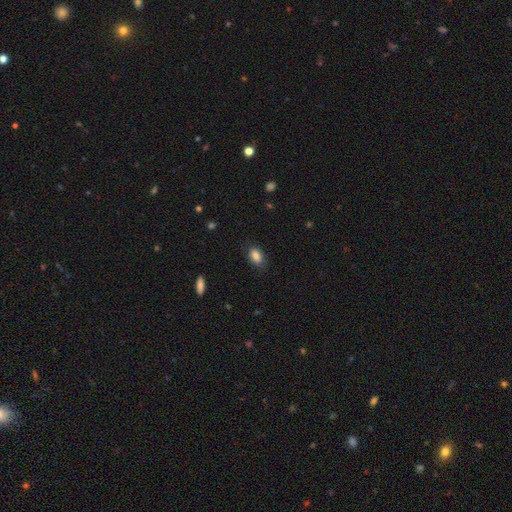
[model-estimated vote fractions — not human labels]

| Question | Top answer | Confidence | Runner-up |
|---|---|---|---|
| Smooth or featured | smooth | 86% | star or artifact (8%) |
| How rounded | in between | 88% | round (9%) |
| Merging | none | 80% | minor disturbance (15%) |